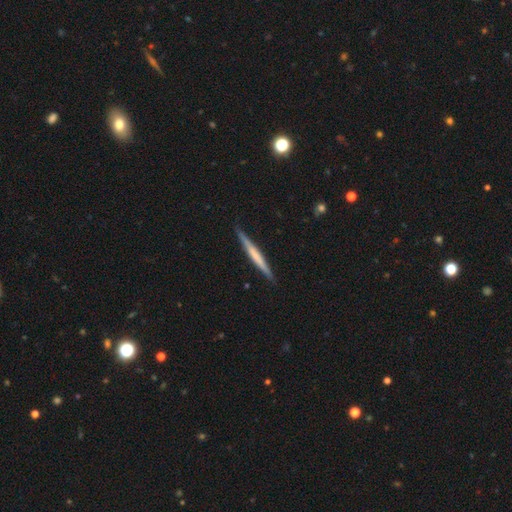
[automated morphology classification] Q: Smooth or featured?
A: featured or disk (52%); runner-up: smooth (43%)
Q: Edge-on disk?
A: yes (98%); runner-up: no (2%)
Q: Edge-on bulge?
A: none (69%); runner-up: rounded (18%)
Q: Merging?
A: none (91%); runner-up: minor disturbance (7%)